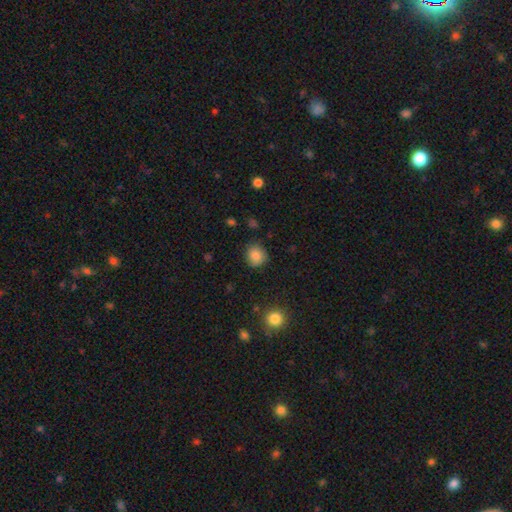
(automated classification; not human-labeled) This is clearly a smooth galaxy (85%). How rounded: likely round (80%). Merging: clearly none (83%).